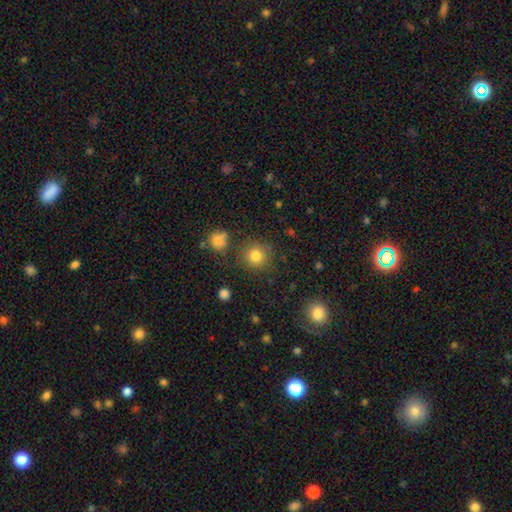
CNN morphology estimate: This is clearly a smooth galaxy (81%). How rounded: clearly round (93%). Merging: clearly none (84%).